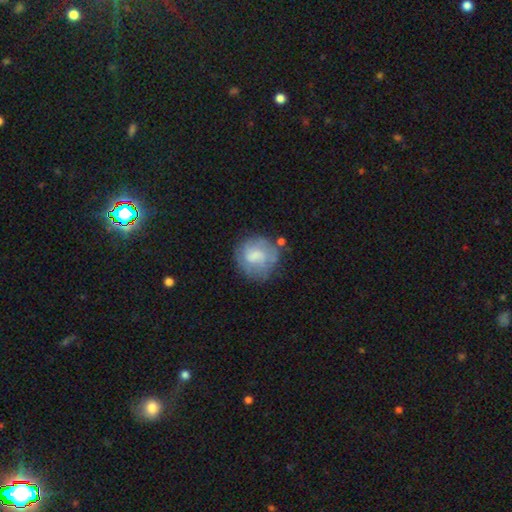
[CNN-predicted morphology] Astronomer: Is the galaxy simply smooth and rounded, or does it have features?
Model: smooth — 54% (runner-up: featured or disk, 38%).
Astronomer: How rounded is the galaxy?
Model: round — 84%.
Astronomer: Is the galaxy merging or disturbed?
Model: none — 59%.